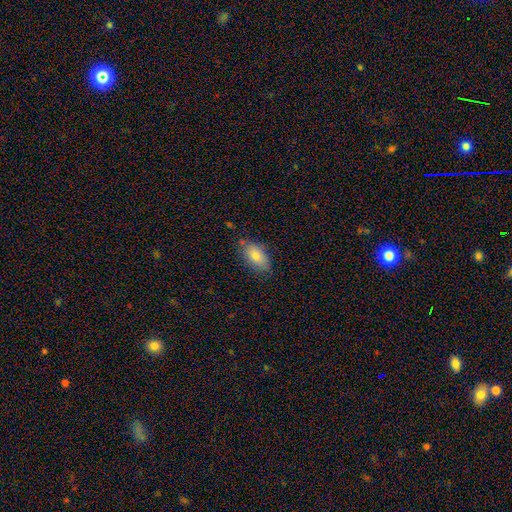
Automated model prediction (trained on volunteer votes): Morphology: type=smooth (81%); roundness=in between (91%); merging=none (74%).